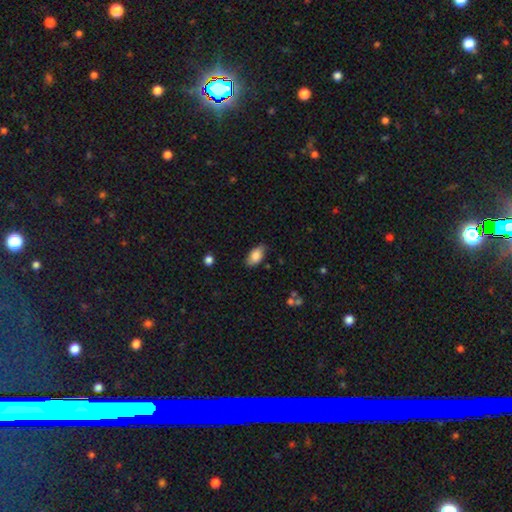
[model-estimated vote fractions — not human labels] This appears to be a smooth galaxy with no disk features (84%) that is in between round and cigar-shaped (92%). Merging: none (79%).